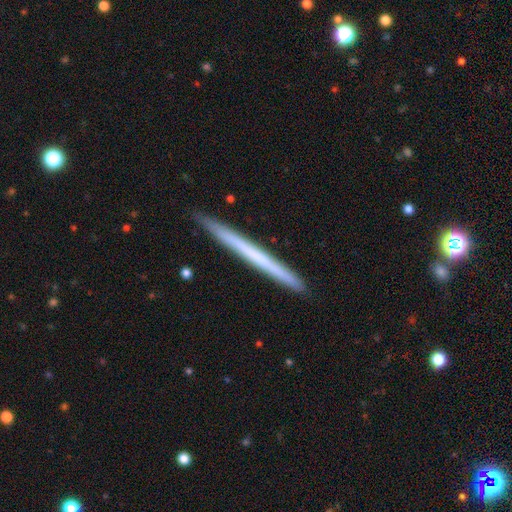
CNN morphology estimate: type=featured or disk (47%, tied with smooth); merging=none (92%).